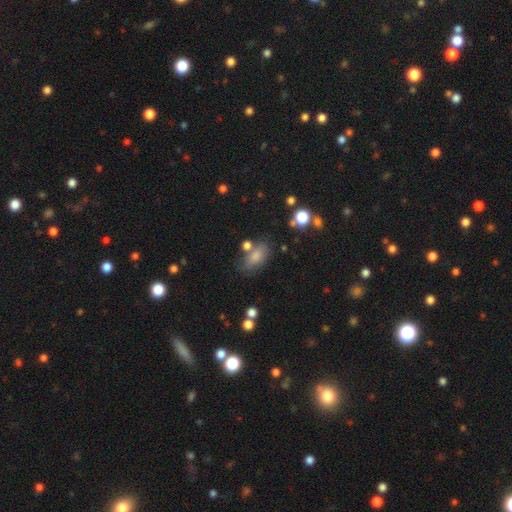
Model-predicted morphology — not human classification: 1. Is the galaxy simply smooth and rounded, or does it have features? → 79% smooth, 11% featured or disk, 10% star or artifact.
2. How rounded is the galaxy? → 86% in between, 8% round, 5% cigar-shaped.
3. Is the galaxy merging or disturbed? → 62% none, 18% minor disturbance, 13% merger, 7% major disturbance.